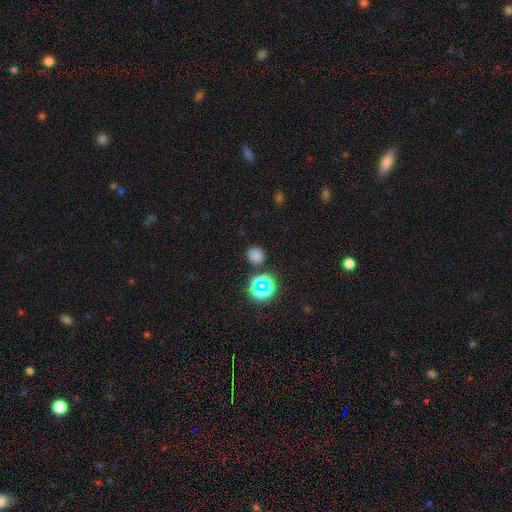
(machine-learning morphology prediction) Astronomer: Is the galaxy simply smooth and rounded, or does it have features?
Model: smooth — 72%.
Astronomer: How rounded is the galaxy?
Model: round — 85%.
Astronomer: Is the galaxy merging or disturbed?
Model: none — 85%.